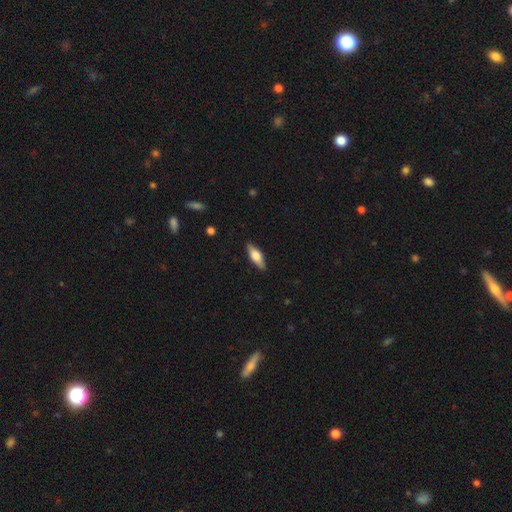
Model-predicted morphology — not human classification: Smooth or featured? Predicted: smooth (p=0.56). How rounded? Predicted: in between (p=0.61). Merging? Predicted: none (p=0.87).